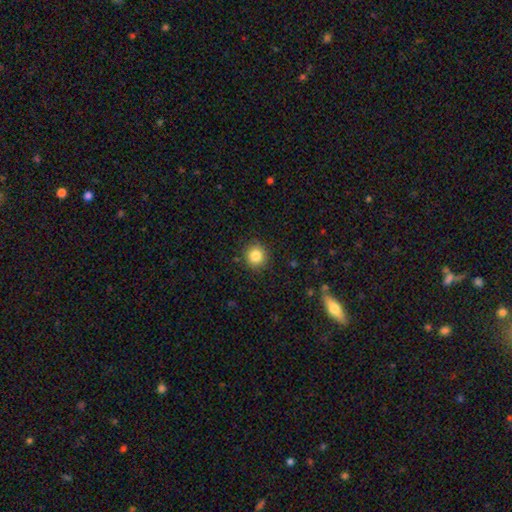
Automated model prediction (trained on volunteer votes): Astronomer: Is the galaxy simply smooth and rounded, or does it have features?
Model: smooth — 84%.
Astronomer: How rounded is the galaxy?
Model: round — 92%.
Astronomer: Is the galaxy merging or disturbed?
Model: none — 89%.